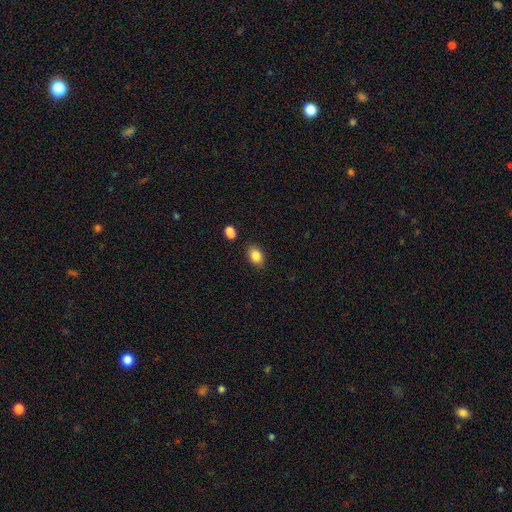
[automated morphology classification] Smooth or featured?
  - smooth: 84% *
  - star or artifact: 9%
  - featured or disk: 7%
How rounded?
  - in between: 80% *
  - round: 19%
  - cigar-shaped: 1%
Merging?
  - none: 84% *
  - minor disturbance: 11%
  - merger: 3%
  - major disturbance: 2%